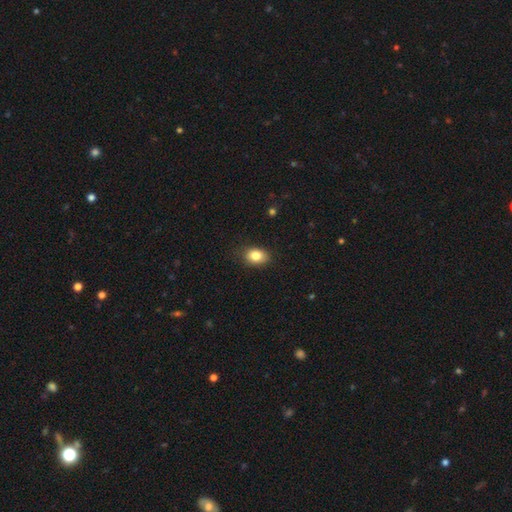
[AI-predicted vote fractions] Smooth or featured: smooth — 84% (star or artifact — 9%)
How rounded: in between — 75% (round — 24%)
Merging: none — 84% (minor disturbance — 13%)